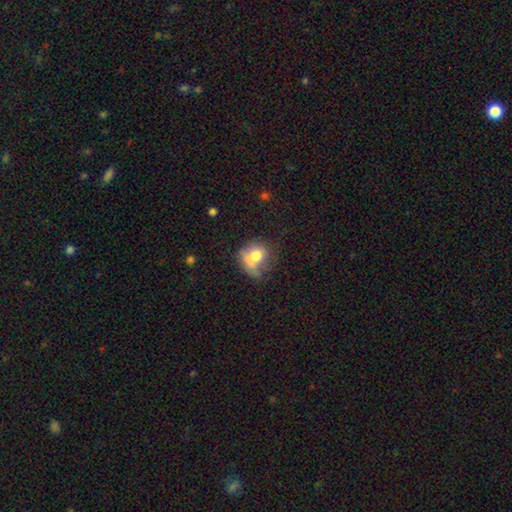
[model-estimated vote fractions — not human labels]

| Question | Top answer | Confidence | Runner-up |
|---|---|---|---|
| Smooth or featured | smooth | 69% | featured or disk (20%) |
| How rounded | round | 69% | in between (30%) |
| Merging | none | 35% | minor disturbance (25%) |